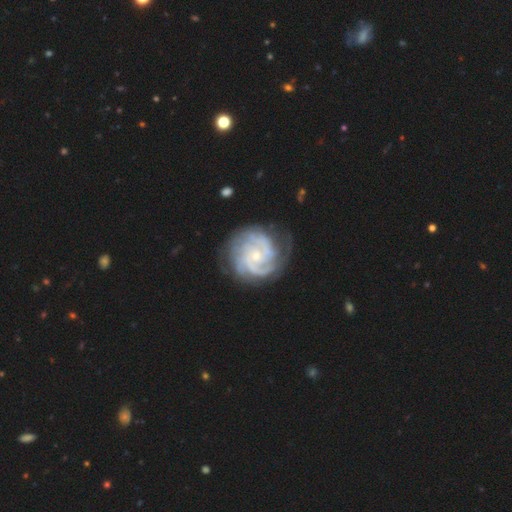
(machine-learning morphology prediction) This is clearly a featured or disk galaxy (89%). It is clearly not viewed edge-on (98%). Bar: likely no (72%). Spiral arm pattern: clearly yes (97%). Spiral arm count: marginally 3 (27%). Spiral winding: likely tight (64%). Central bulge: likely small (72%). Merging: likely none (73%).